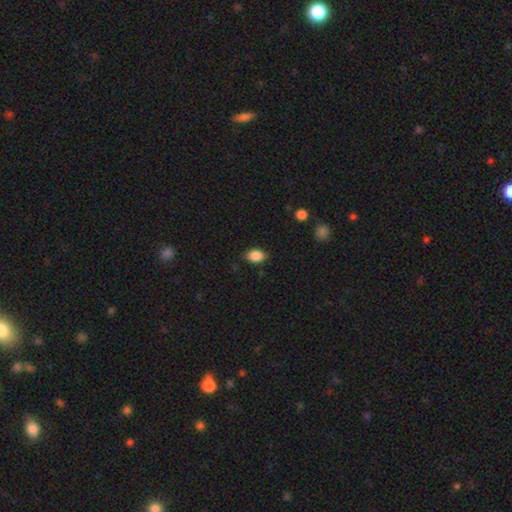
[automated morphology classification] smooth-or-featured: smooth: 87% | star or artifact: 8% | featured or disk: 5%
  how-rounded: in between: 77% | round: 22% | cigar-shaped: 1%
  merging: none: 81% | minor disturbance: 15% | major disturbance: 3% | merger: 1%